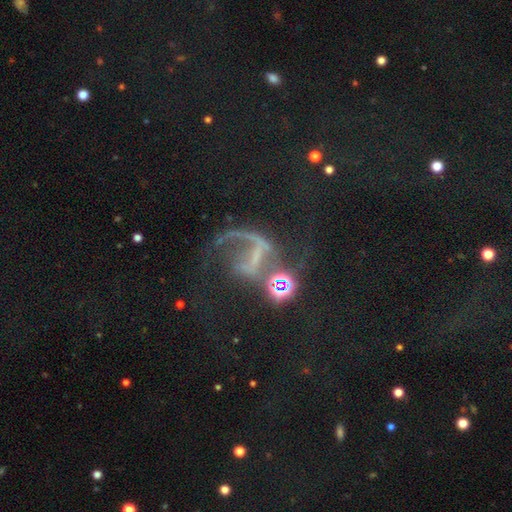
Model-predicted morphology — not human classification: featured or disk 56%, star or artifact 30%, smooth 15%. Down the decision tree: edge-on disk — no (96%); bar — no (39%); spiral arms — yes (63%); bulge size — none (52%); merging — major disturbance (42%).